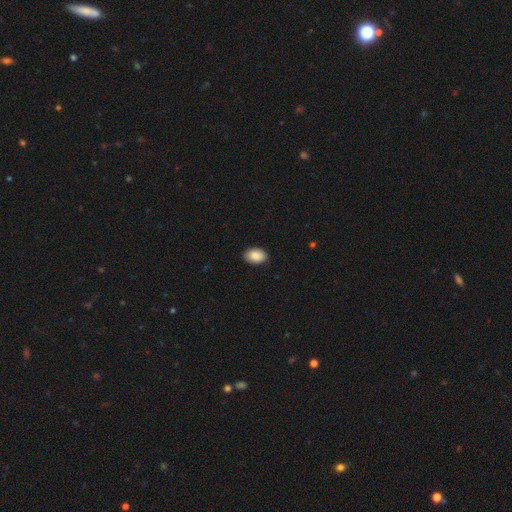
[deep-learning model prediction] smooth 88%, star or artifact 7%, featured or disk 5%. Down the decision tree: how rounded — in between (89%); merging — none (89%).